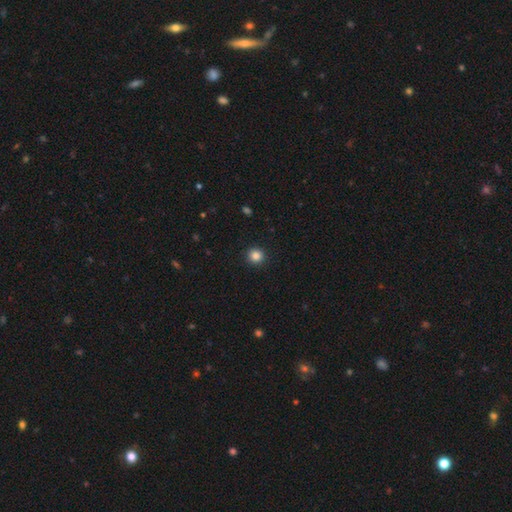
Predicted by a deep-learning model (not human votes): A smooth galaxy with no disk features (85%) that is round (93%).

Vote fractions:
- Smooth or featured? smooth: 85% / star or artifact: 11% / featured or disk: 4%
- How rounded? round: 93% / in between: 6% / cigar-shaped: 1%
- Merging? none: 92% / minor disturbance: 5% / major disturbance: 2% / merger: 1%